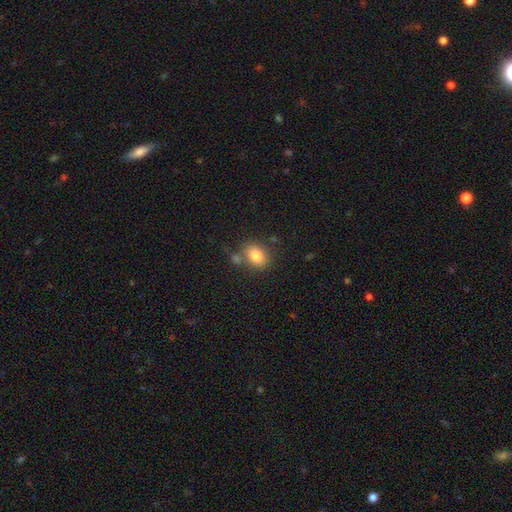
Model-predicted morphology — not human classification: This appears to be a smooth galaxy with no disk features (82%) that is in between round and cigar-shaped (65%). Merging: none (70%).